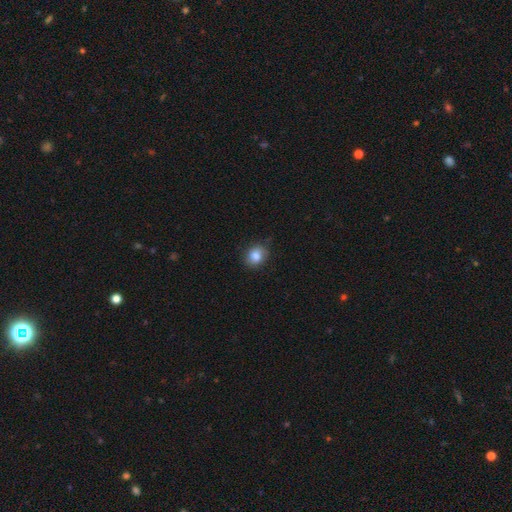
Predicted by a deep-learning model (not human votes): smooth-or-featured: smooth: 84% | star or artifact: 9% | featured or disk: 7%
  how-rounded: round: 62% | in between: 37% | cigar-shaped: 1%
  merging: none: 78% | minor disturbance: 18% | major disturbance: 3% | merger: 1%